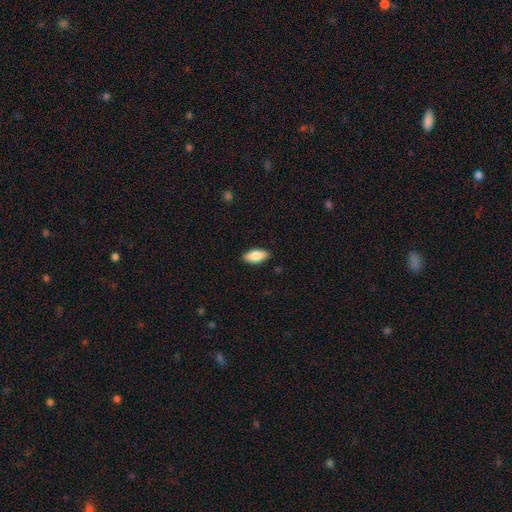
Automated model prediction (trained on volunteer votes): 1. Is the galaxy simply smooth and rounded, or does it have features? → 84% smooth, 10% featured or disk, 6% star or artifact.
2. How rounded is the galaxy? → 88% in between, 10% cigar-shaped, 2% round.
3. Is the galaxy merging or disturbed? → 88% none, 9% minor disturbance, 2% major disturbance, 1% merger.